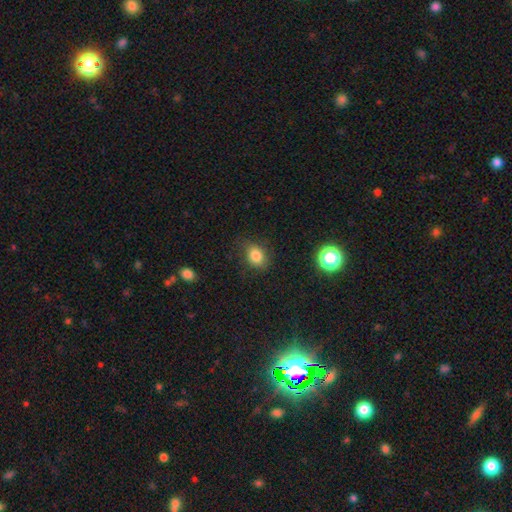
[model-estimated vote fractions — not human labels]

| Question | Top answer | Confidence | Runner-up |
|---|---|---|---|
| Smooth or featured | smooth | 81% | star or artifact (12%) |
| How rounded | in between | 63% | round (35%) |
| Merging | none | 77% | minor disturbance (17%) |